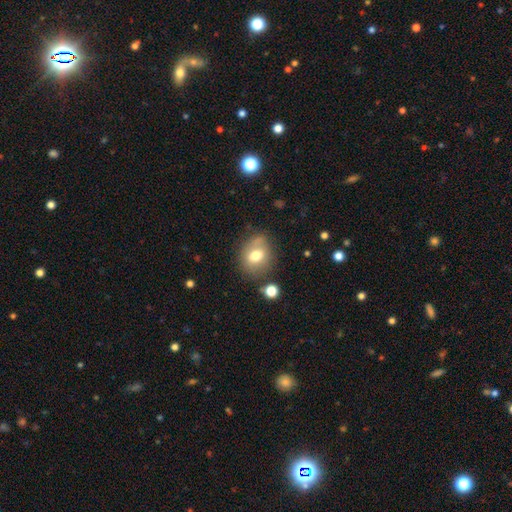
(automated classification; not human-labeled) A smooth galaxy with no disk features (70%) that is round (55%). Merging: none (63%).